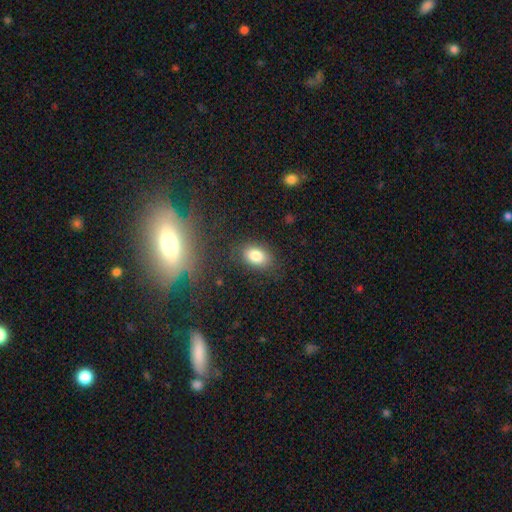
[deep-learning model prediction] A smooth galaxy with no disk features (82%) that is in between round and cigar-shaped (85%). Merging: none (83%).